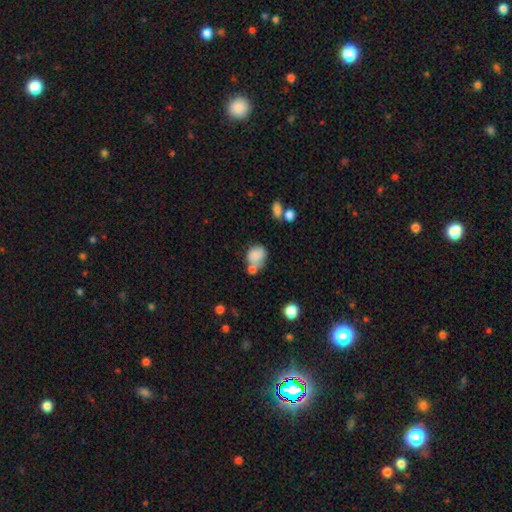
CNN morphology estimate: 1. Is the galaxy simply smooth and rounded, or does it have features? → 74% smooth, 17% featured or disk, 9% star or artifact.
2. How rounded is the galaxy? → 57% round, 42% in between, 1% cigar-shaped.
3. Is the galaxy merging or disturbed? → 40% none, 29% merger, 22% minor disturbance, 9% major disturbance.